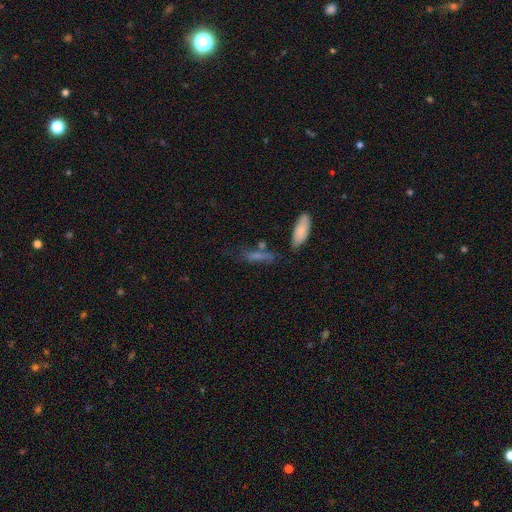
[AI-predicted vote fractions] A smooth galaxy with no disk features (61%) that is cigar-shaped (67%). Merging: none (57%).